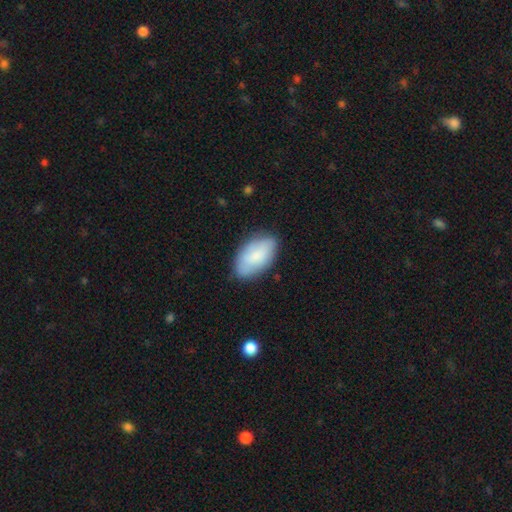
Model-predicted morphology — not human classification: Smooth or featured?
  - smooth: 79% *
  - featured or disk: 15%
  - star or artifact: 6%
How rounded?
  - in between: 95% *
  - round: 3%
  - cigar-shaped: 2%
Merging?
  - none: 78% *
  - minor disturbance: 17%
  - major disturbance: 3%
  - merger: 1%